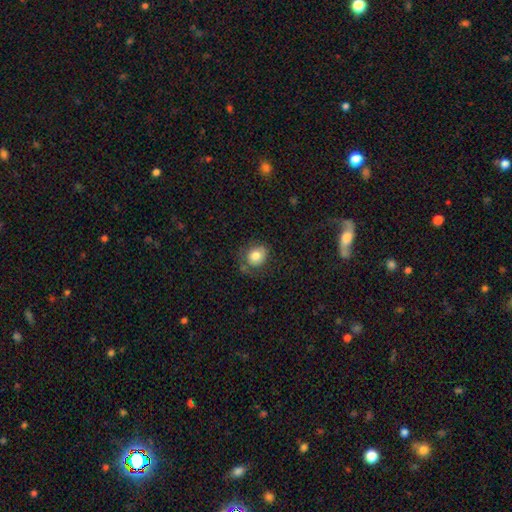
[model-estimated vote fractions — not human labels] Overall: smooth (75%). How rounded: round (65%; in between 34%). Merging: none (60%; minor disturbance 24%).